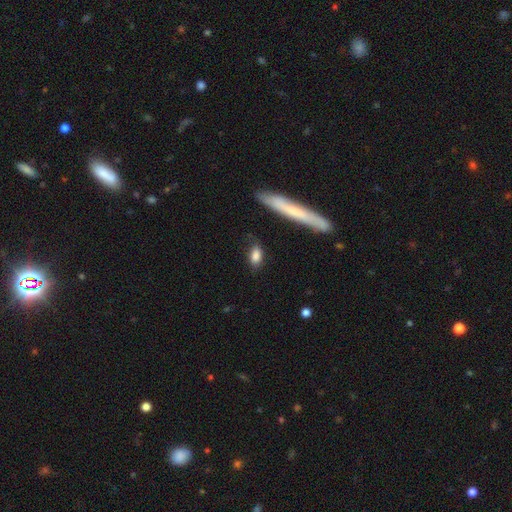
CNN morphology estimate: type=smooth (83%); roundness=in between (79%); merging=none (75%).